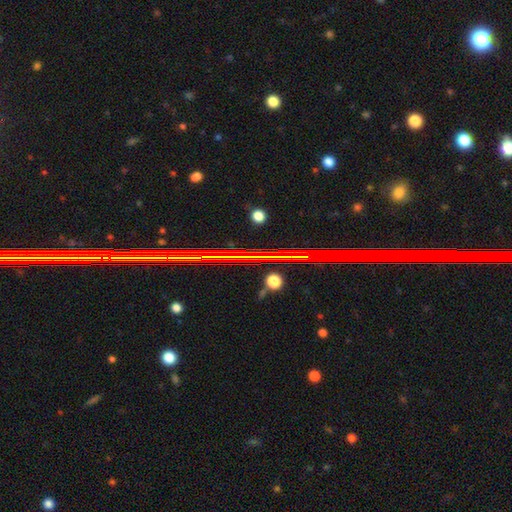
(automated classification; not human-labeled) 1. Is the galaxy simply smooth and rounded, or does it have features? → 77% star or artifact, 12% featured or disk, 10% smooth.